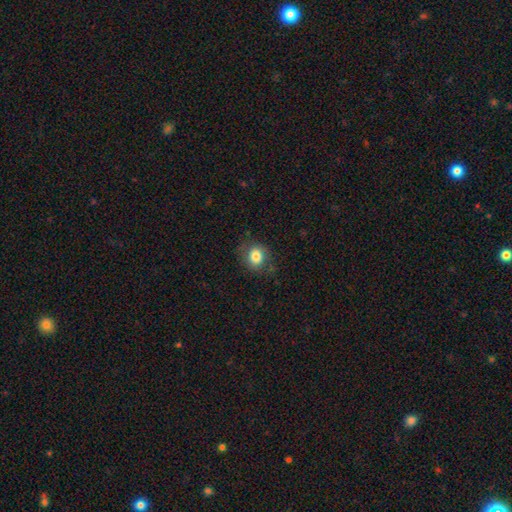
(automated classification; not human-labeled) Overall: smooth (81%). How rounded: round (69%; in between 30%). Merging: none (74%).